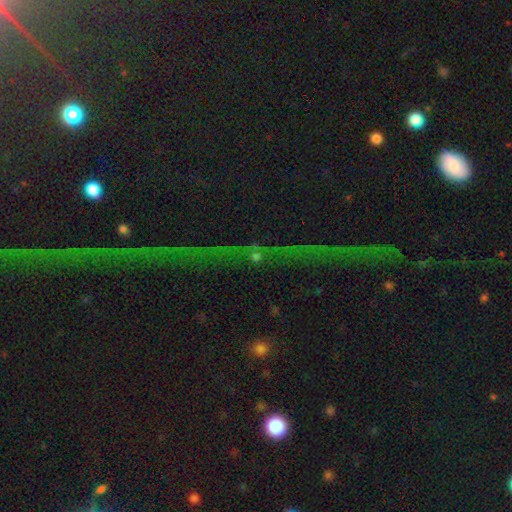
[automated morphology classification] star or artifact 64%, featured or disk 19%, smooth 17%.